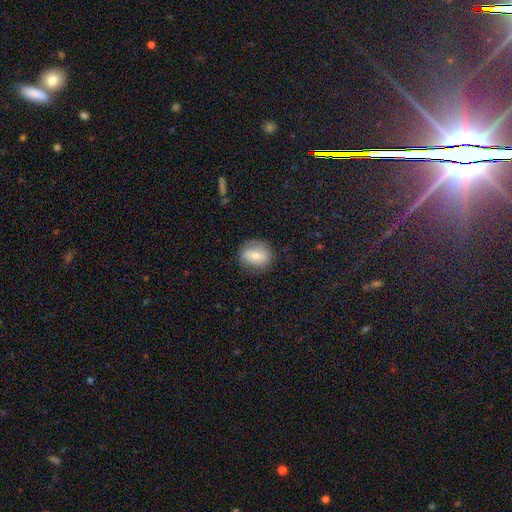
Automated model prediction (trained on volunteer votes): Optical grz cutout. It shows a smooth galaxy with no disk features (64%) that is round (59%). Merging: none (77%).